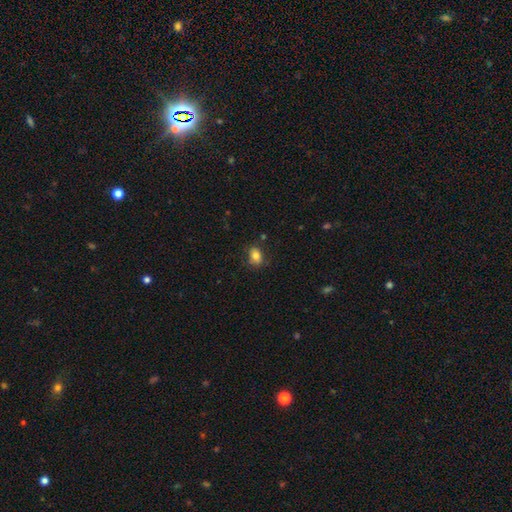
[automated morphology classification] Smooth or featured? smooth (80%)
How rounded? in between (73%)
Merging? none (74%)